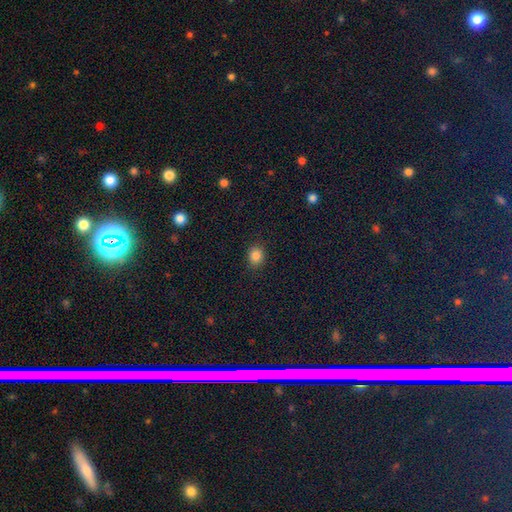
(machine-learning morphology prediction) smooth_or_featured: smooth (p=0.85) [alt: star or artifact p=0.11]
how_rounded: round (p=0.69) [alt: in between p=0.30]
merging: none (p=0.88) [alt: minor disturbance p=0.09]